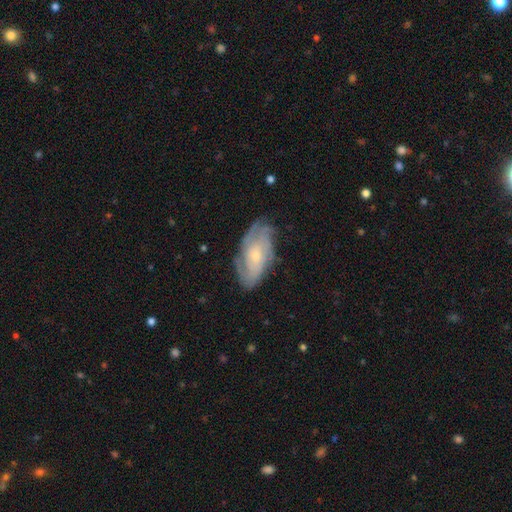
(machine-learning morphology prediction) This is likely a featured or disk galaxy (75%). It is clearly not viewed edge-on (93%). Bar: likely no (74%). Spiral arm pattern: clearly yes (91%). Spiral arm count: marginally can't tell (44%). Spiral winding: possibly tight (60%). Central bulge: likely small (64%). Merging: likely none (71%).